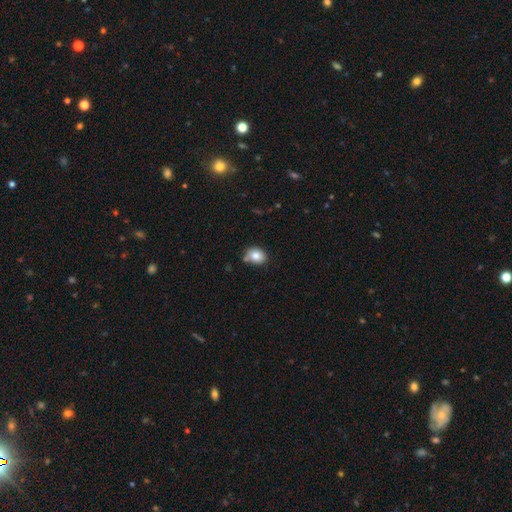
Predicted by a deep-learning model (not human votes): Q: Smooth or featured?
A: smooth (81%); runner-up: featured or disk (10%)
Q: How rounded?
A: round (50%); runner-up: in between (49%)
Q: Merging?
A: none (69%); runner-up: minor disturbance (19%)